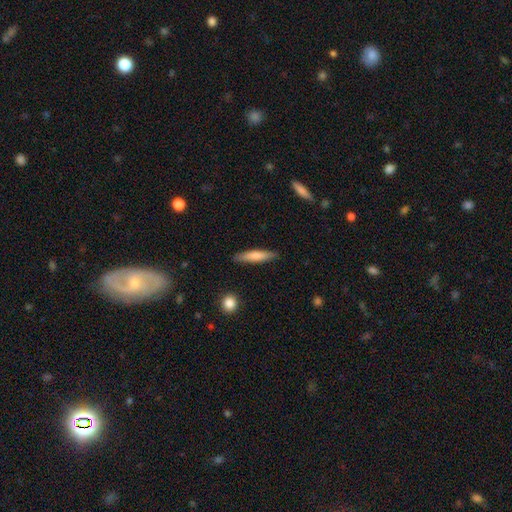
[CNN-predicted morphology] This appears to be a smooth galaxy with no disk features (73%) that is cigar-shaped (84%). Merging: none (87%).